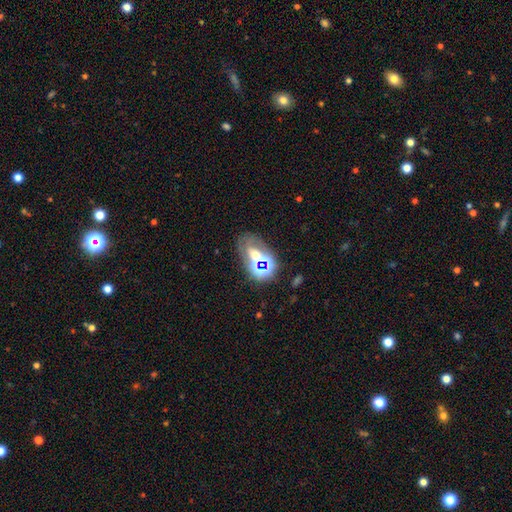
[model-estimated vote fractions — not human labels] Smooth or featured?
  - smooth: 36% *
  - featured or disk: 32%
  - star or artifact: 32%
Merging?
  - none: 52% *
  - merger: 20%
  - minor disturbance: 16%
  - major disturbance: 12%